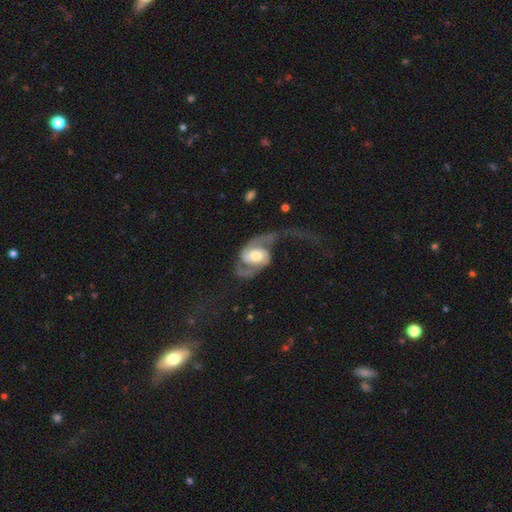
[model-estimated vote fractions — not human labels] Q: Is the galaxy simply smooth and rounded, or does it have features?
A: featured or disk — 85%.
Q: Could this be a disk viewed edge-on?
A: no — 97%.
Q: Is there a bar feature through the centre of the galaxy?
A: no — 50%.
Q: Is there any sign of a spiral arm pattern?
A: yes — 95%.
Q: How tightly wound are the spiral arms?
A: loose — 54%.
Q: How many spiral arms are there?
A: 2 — 86%.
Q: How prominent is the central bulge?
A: moderate — 60%.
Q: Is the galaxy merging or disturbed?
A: major disturbance — 51%.